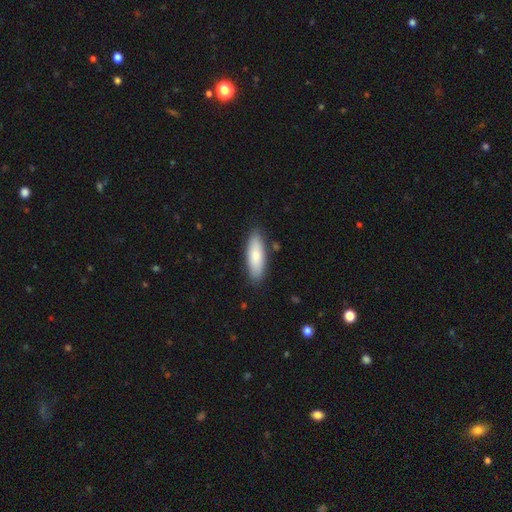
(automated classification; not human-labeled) A smooth galaxy with no disk features (80%) that is in between round and cigar-shaped (61%). Merging: none (85%).